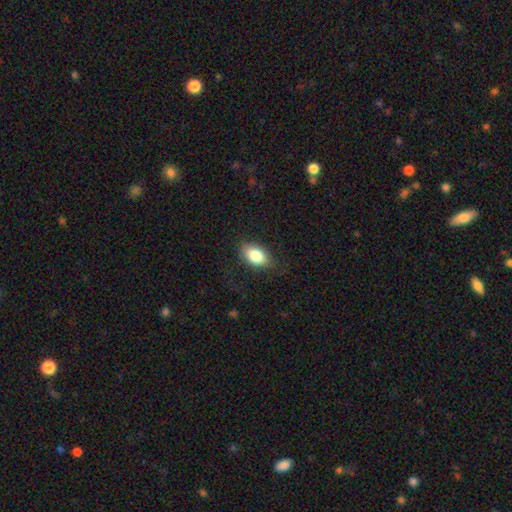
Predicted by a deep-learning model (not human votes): This appears to be a smooth galaxy with no disk features (82%) that is in between round and cigar-shaped (89%). Merging: none (79%).